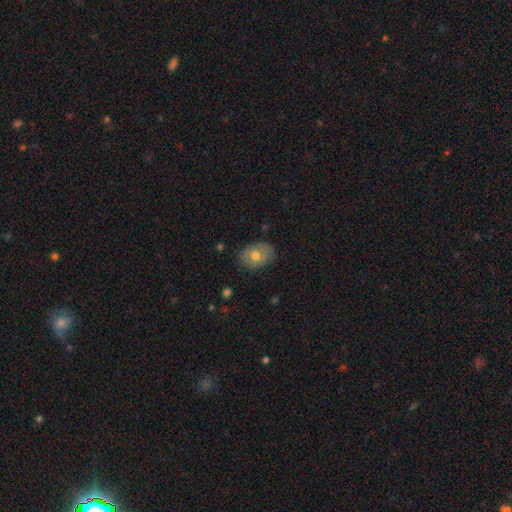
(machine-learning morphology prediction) type=smooth (67%); roundness=in between (76%); merging=none (77%).